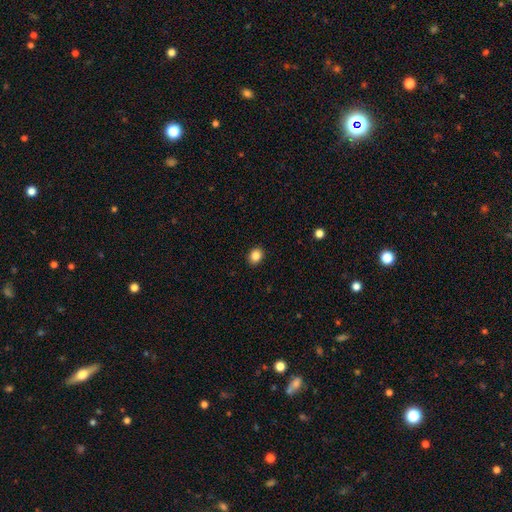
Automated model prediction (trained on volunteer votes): A smooth galaxy with no disk features (86%) that is round (54%). Merging: none (91%).